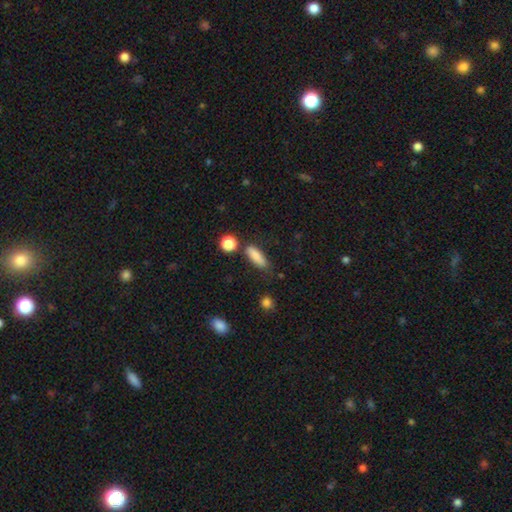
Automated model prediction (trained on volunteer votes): smooth-or-featured: smooth: 84% | star or artifact: 9% | featured or disk: 8%
  how-rounded: in between: 52% | cigar-shaped: 44% | round: 5%
  merging: none: 69% | minor disturbance: 19% | merger: 6% | major disturbance: 5%